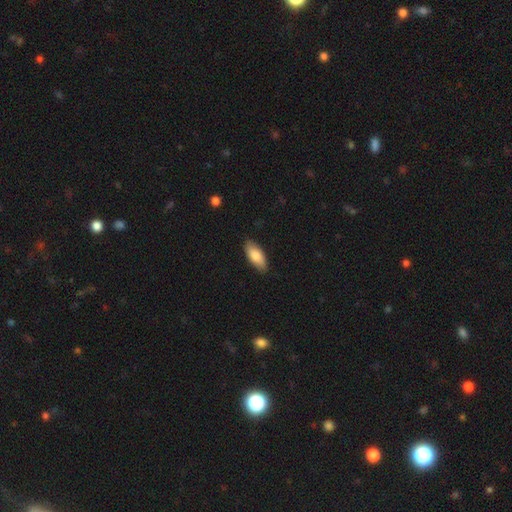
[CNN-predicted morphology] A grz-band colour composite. It shows a smooth galaxy with no disk features (83%) that is in between round and cigar-shaped (83%). Merging: none (86%).